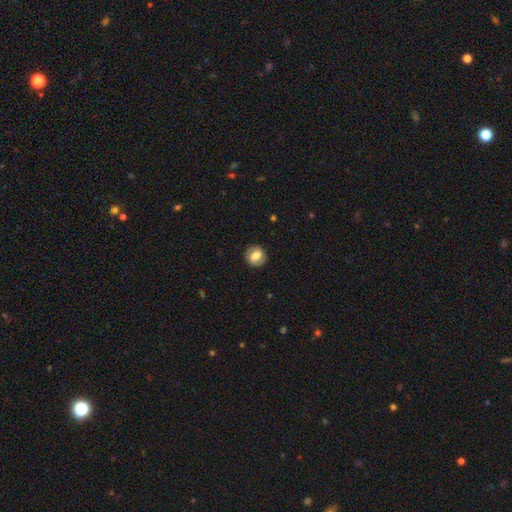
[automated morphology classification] Overall: smooth (53%; featured or disk 39%). How rounded: round (75%). Merging: none (86%).